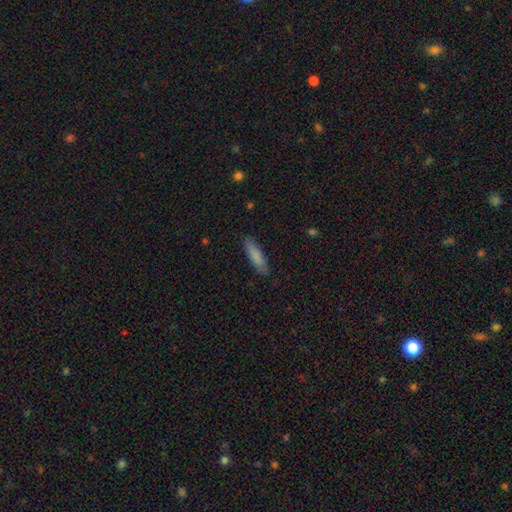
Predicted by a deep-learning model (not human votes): Smooth or featured? Predicted: smooth (p=0.83). How rounded? Predicted: cigar-shaped (p=0.76). Merging? Predicted: none (p=0.87).